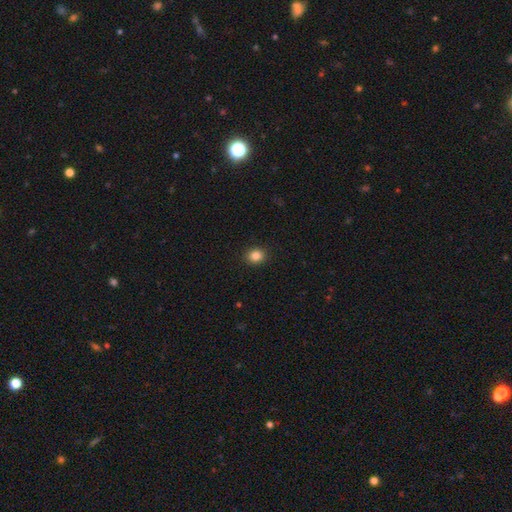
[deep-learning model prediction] Smooth or featured? smooth (85%)
How rounded? round (69%)
Merging? none (91%)